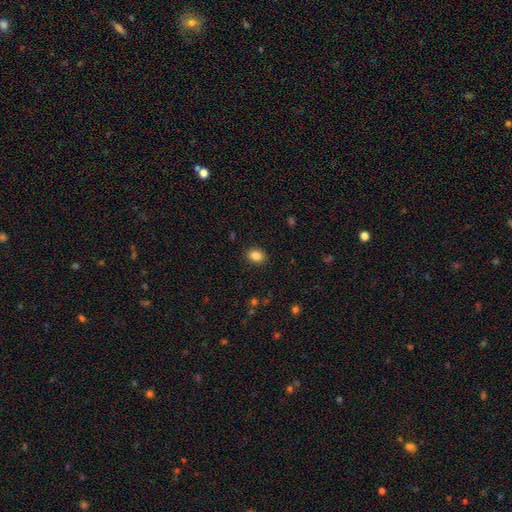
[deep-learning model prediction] This is clearly a smooth galaxy (86%). How rounded: likely in between (60%). Merging: clearly none (89%).